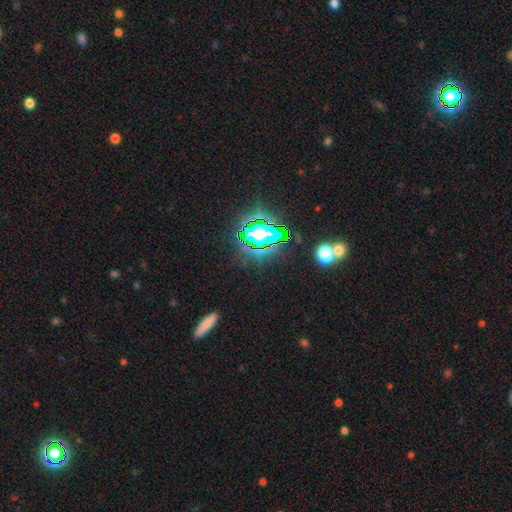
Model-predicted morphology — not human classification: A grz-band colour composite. It shows a star or artifact, not a galaxy (82%).